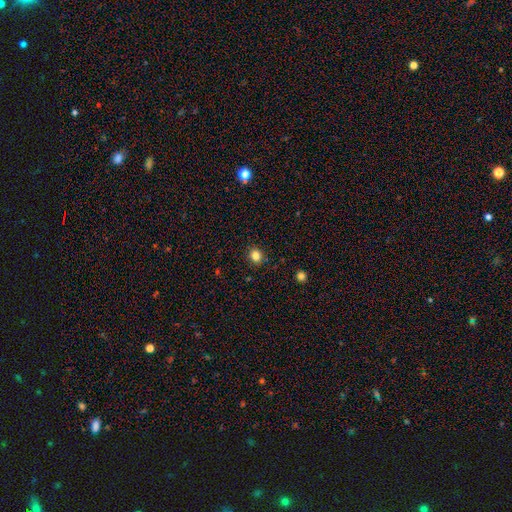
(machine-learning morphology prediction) A smooth galaxy with no disk features (83%) that is round (74%). Merging: none (90%).